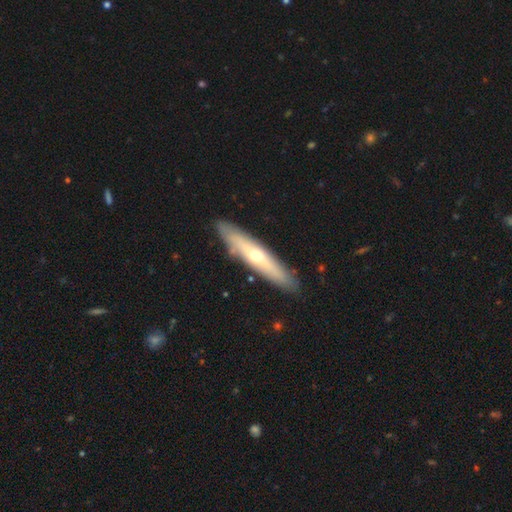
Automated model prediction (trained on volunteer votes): Q: Smooth or featured?
A: featured or disk (52%); runner-up: smooth (43%)
Q: Edge-on disk?
A: yes (77%); runner-up: no (23%)
Q: Merging?
A: none (87%); runner-up: minor disturbance (9%)